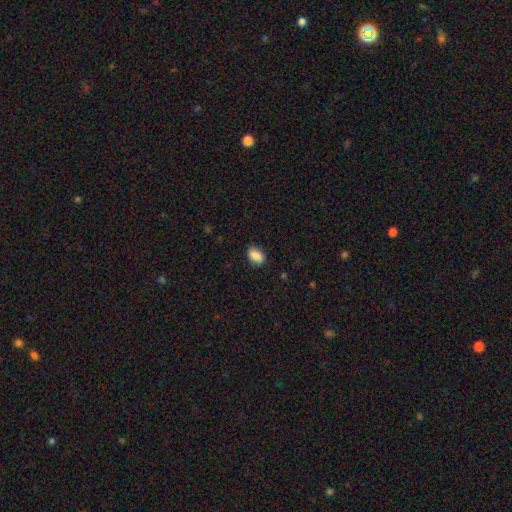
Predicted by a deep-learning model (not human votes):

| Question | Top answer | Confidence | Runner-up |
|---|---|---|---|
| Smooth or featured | smooth | 88% | star or artifact (8%) |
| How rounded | in between | 81% | round (17%) |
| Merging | none | 84% | minor disturbance (12%) |